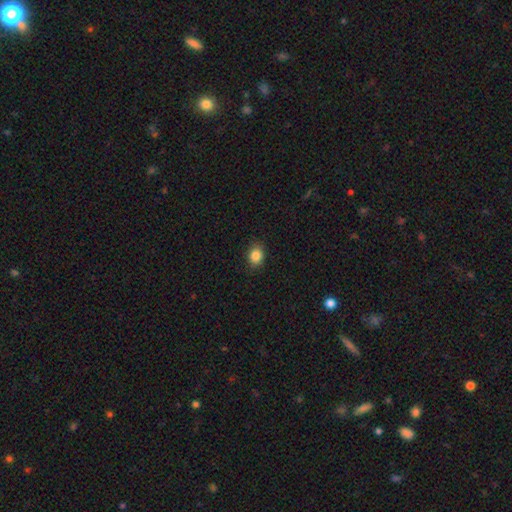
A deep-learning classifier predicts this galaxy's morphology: Smooth or featured? smooth (85%)
How rounded? in between (50%)
Merging? none (87%)